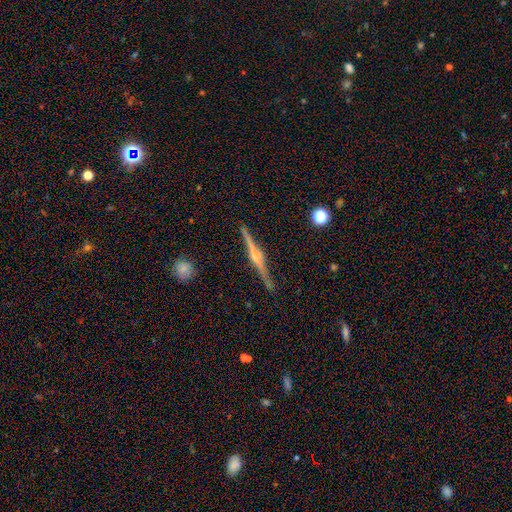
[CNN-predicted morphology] smooth-or-featured: featured or disk: 88% | smooth: 7% | star or artifact: 5%
  disk-edge-on: yes: 99% | no: 1%
    edge-on-bulge: rounded: 92% | boxy: 5% | none: 3%
  merging: none: 92% | minor disturbance: 6% | major disturbance: 1% | merger: 1%